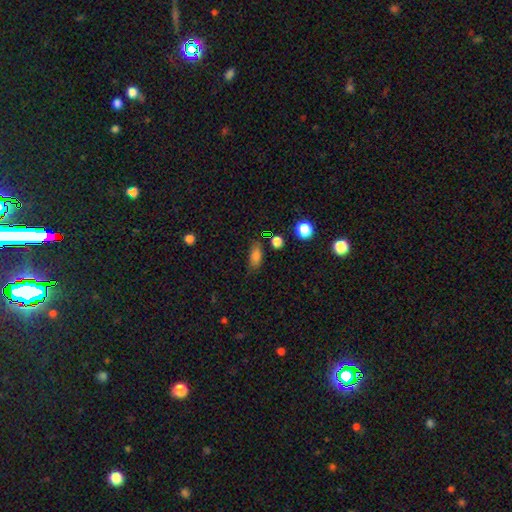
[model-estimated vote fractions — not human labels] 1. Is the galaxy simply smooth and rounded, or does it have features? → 79% smooth, 12% star or artifact, 8% featured or disk.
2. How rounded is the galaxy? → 79% in between, 13% cigar-shaped, 9% round.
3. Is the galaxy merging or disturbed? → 74% none, 18% minor disturbance, 5% major disturbance, 3% merger.